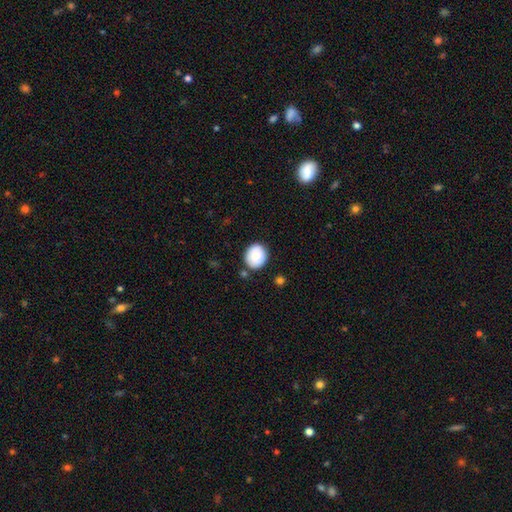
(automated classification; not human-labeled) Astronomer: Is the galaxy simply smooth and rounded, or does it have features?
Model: smooth — 87%.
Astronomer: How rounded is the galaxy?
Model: round — 68%.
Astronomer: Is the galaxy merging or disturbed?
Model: none — 81%.